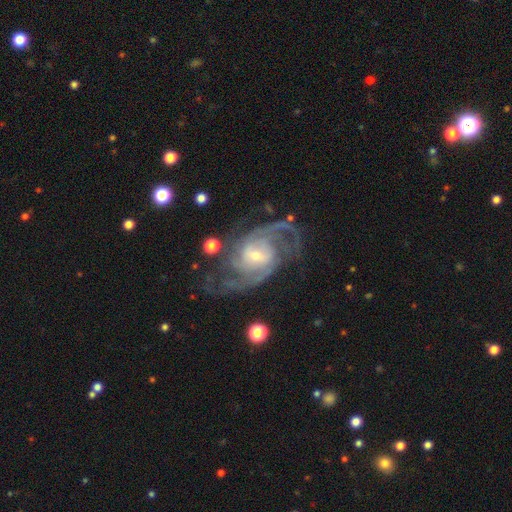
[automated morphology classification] Overall: featured or disk (91%). Edge-on disk: no (97%). Bar: weak (48%; no 33%). Spiral arms: yes (98%). Spiral arm count: 2 (49%; 3 19%). Spiral winding: medium (52%; tight 33%). Bulge size: small (61%; moderate 33%). Merging: none (68%).